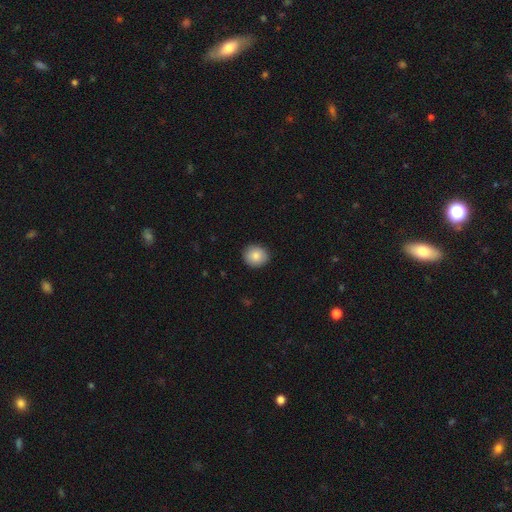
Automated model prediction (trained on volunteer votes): Q: Smooth or featured?
A: smooth (86%); runner-up: star or artifact (8%)
Q: How rounded?
A: round (82%); runner-up: in between (17%)
Q: Merging?
A: none (91%); runner-up: minor disturbance (7%)